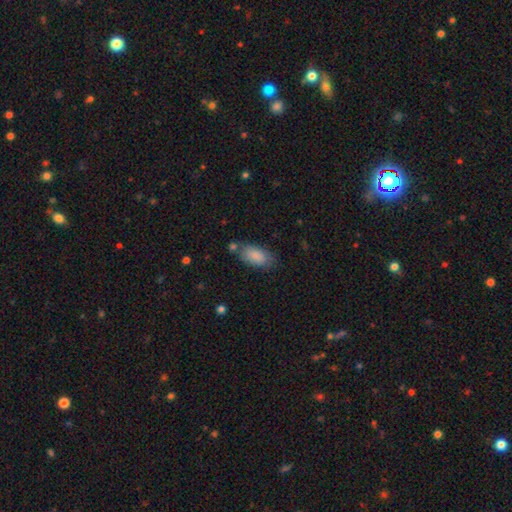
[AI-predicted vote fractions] Smooth or featured? smooth (87%)
How rounded? in between (91%)
Merging? none (68%)